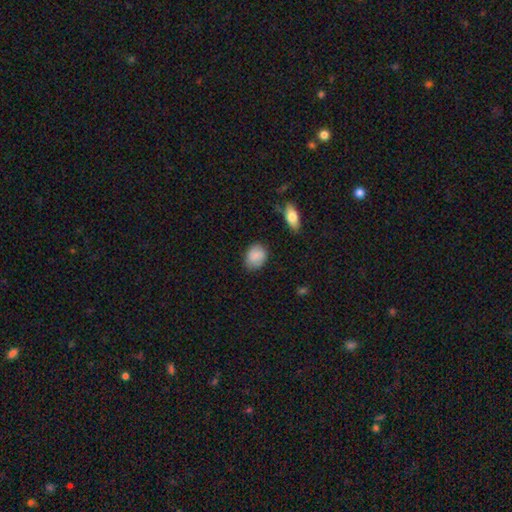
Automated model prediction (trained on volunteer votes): Smooth or featured? Predicted: smooth (p=0.86). How rounded? Predicted: in between (p=0.65). Merging? Predicted: none (p=0.77).